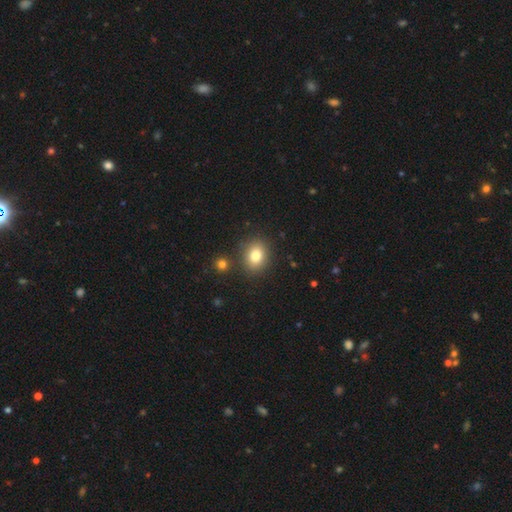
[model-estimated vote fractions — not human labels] A smooth galaxy with no disk features (80%) that is round (55%). Merging: none (84%).